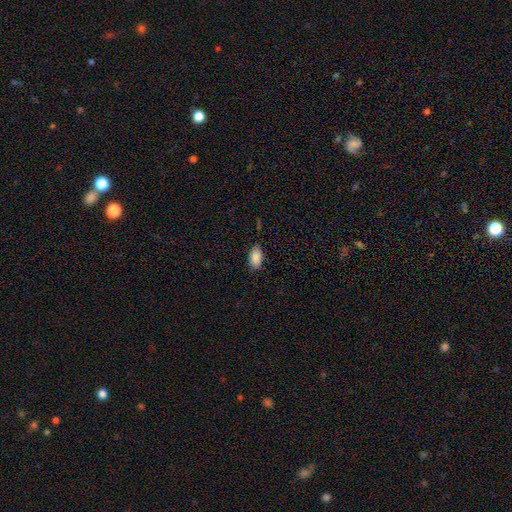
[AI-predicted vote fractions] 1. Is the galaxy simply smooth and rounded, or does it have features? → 89% smooth, 7% star or artifact, 4% featured or disk.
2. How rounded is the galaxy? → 93% in between, 4% round, 3% cigar-shaped.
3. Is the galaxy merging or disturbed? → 81% none, 15% minor disturbance, 3% major disturbance, 1% merger.